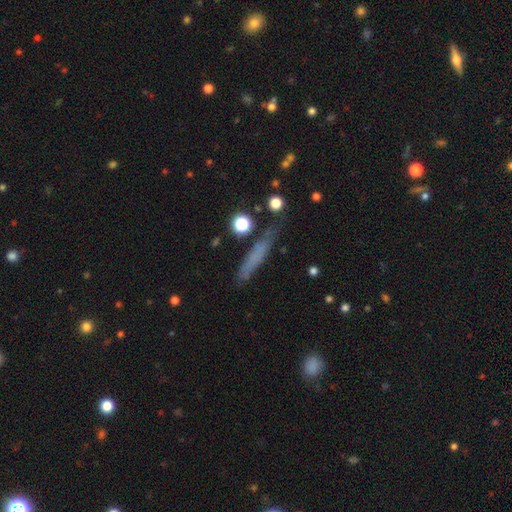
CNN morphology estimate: Q: Smooth or featured?
A: smooth (61%); runner-up: featured or disk (26%)
Q: How rounded?
A: cigar-shaped (85%); runner-up: in between (10%)
Q: Merging?
A: none (70%); runner-up: minor disturbance (19%)